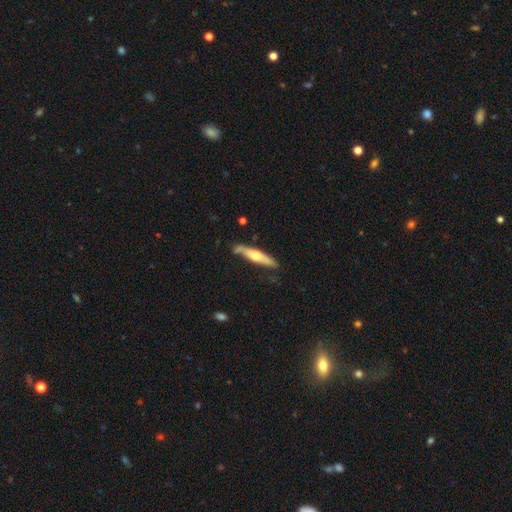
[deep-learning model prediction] featured or disk 48%, smooth 47%, star or artifact 5%. Down the decision tree: merging — none (71%).